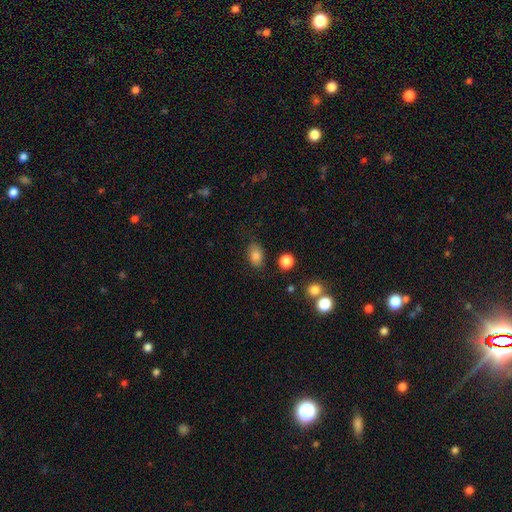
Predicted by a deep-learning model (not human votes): Smooth or featured?
  - smooth: 83% *
  - star or artifact: 10%
  - featured or disk: 7%
How rounded?
  - in between: 82% *
  - round: 17%
  - cigar-shaped: 1%
Merging?
  - none: 79% *
  - minor disturbance: 15%
  - major disturbance: 4%
  - merger: 3%